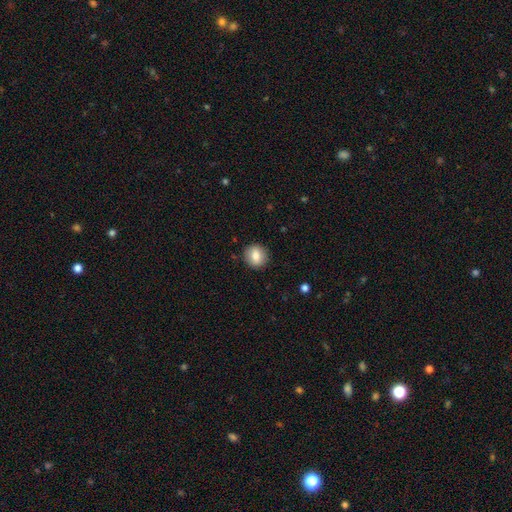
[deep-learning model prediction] This is clearly a smooth galaxy (81%). How rounded: clearly round (81%). Merging: clearly none (90%).